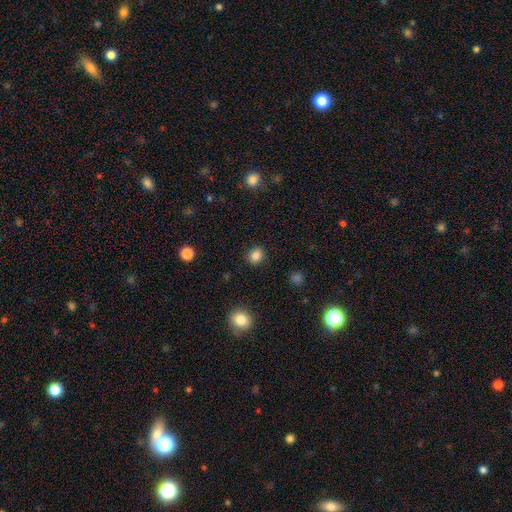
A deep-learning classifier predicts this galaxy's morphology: type=smooth (84%); roundness=round (71%); merging=none (90%).